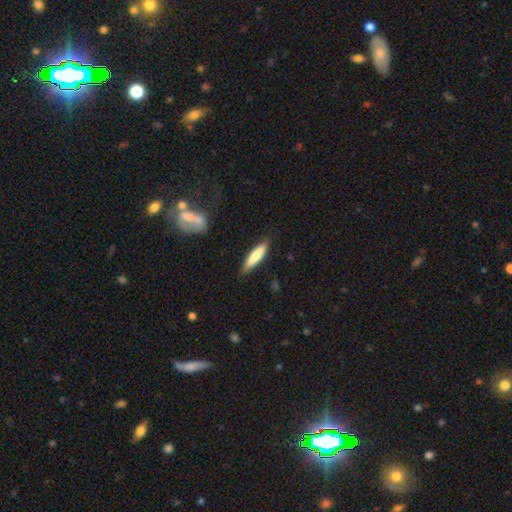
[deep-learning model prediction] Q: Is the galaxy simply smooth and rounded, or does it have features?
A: smooth — 80%.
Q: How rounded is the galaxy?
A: cigar-shaped — 77%.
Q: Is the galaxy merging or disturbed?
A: none — 84%.